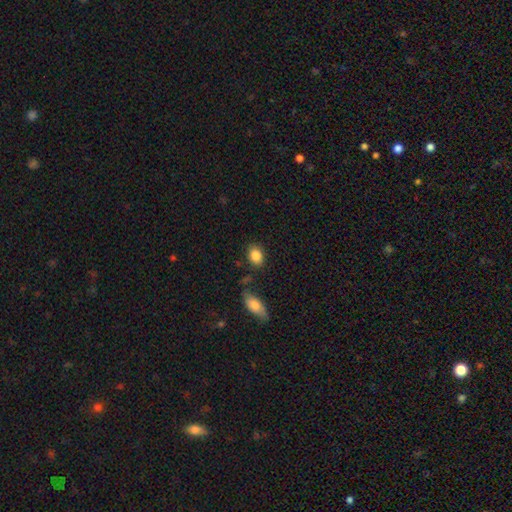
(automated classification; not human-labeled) The model was most divided on "how rounded": in between: 70%, round: 28%, cigar-shaped: 2%. More confident: smooth or featured — smooth (86%); merging — none (79%).